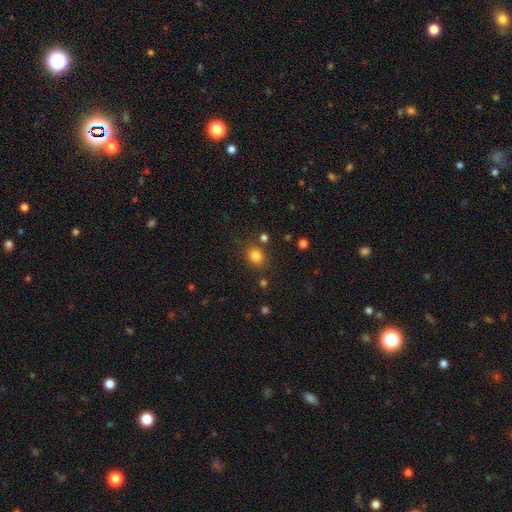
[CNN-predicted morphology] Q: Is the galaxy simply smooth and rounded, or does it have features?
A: smooth — 82%.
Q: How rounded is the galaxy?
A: round — 63%.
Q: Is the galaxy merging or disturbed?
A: none — 80%.